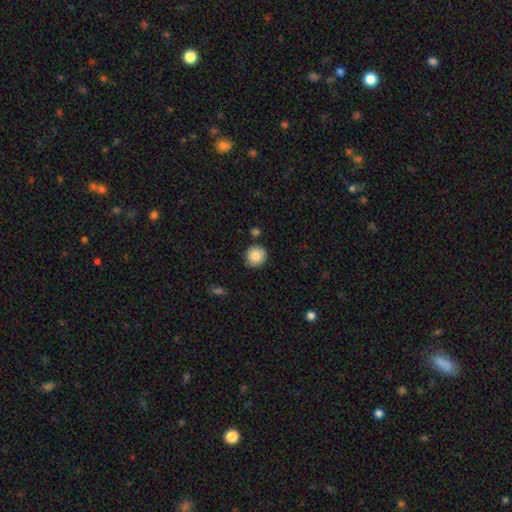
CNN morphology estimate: type=smooth (87%); roundness=round (92%); merging=none (87%).